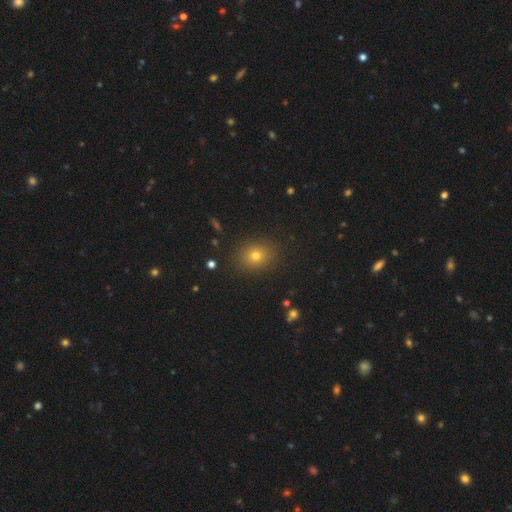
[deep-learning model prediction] Smooth or featured? Predicted: smooth (p=0.73). How rounded? Predicted: round (p=0.58). Merging? Predicted: none (p=0.89).